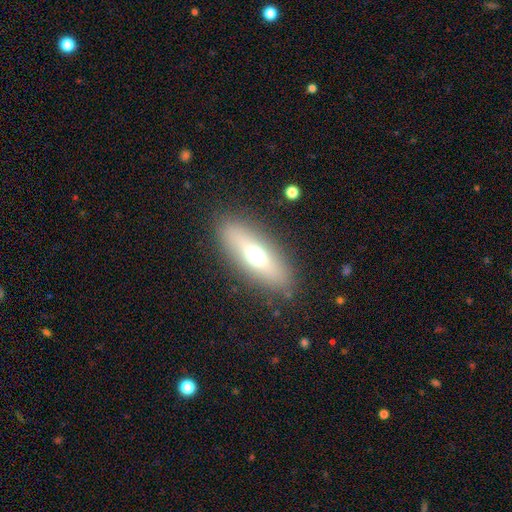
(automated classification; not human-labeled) Overall: smooth (55%; featured or disk 35%). How rounded: in between (58%; cigar-shaped 37%). Merging: none (87%).